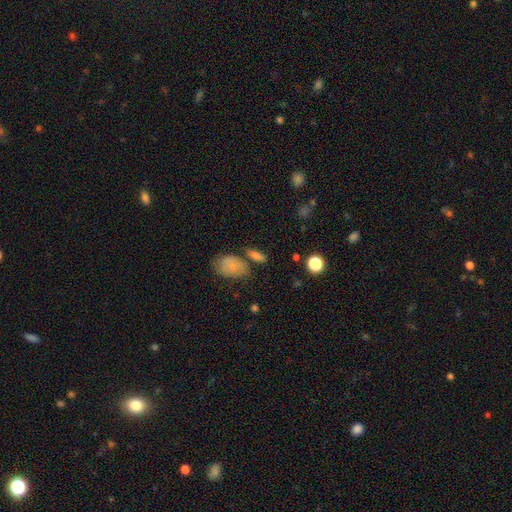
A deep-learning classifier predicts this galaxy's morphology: The model was most divided on "merging": none: 62%, merger: 18%, minor disturbance: 15%, major disturbance: 6%. More confident: smooth or featured — smooth (74%); how rounded — in between (74%).